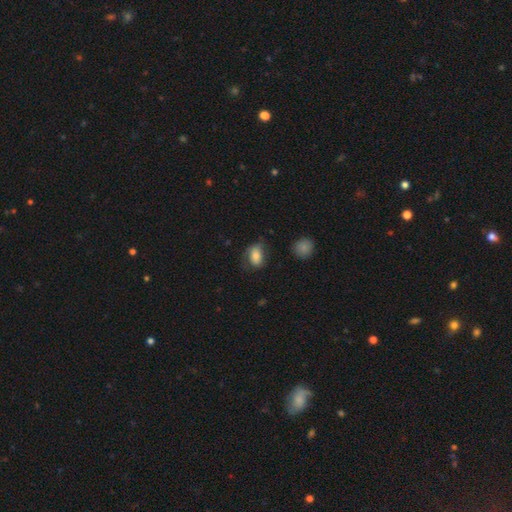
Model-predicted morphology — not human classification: smooth_or_featured: smooth (p=0.73) [alt: featured or disk p=0.19]
how_rounded: in between (p=0.79) [alt: round p=0.19]
merging: none (p=0.58) [alt: minor disturbance p=0.26]